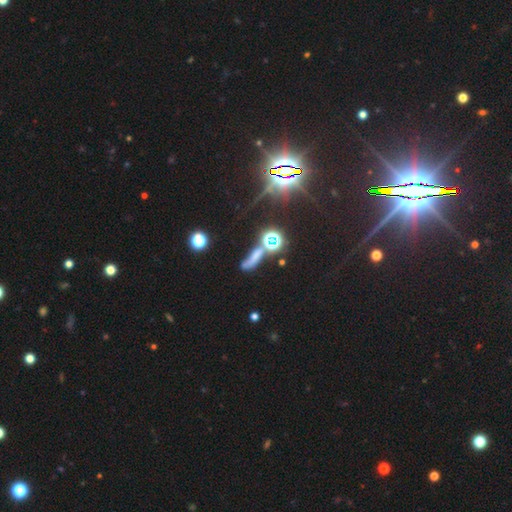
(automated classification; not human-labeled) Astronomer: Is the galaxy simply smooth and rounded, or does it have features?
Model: smooth — 47% (runner-up: star or artifact, 33%).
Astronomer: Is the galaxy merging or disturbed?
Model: none — 40% (runner-up: merger, 24%).